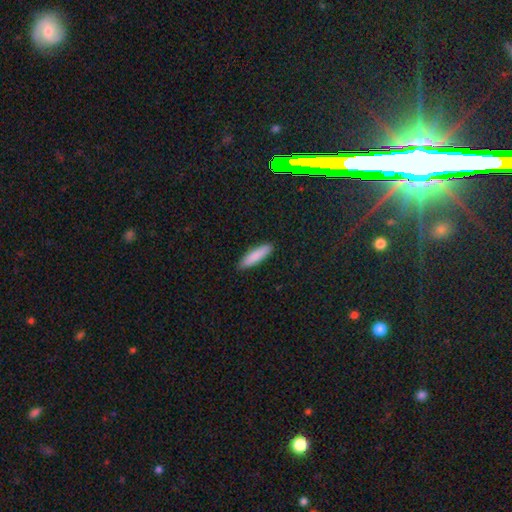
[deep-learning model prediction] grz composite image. It shows a smooth galaxy with no disk features (87%) that is cigar-shaped (69%). Merging: none (89%).